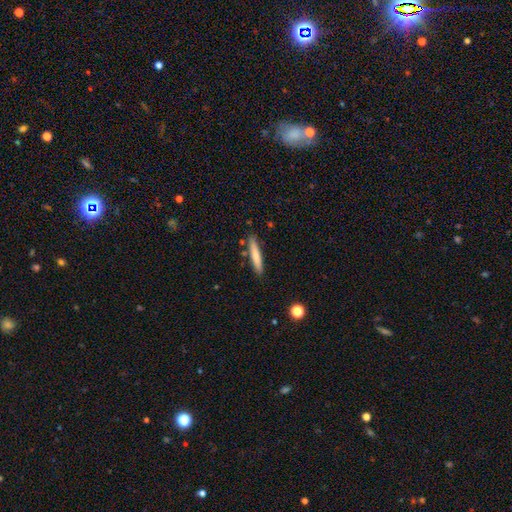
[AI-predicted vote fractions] Q: Smooth or featured?
A: smooth (74%); runner-up: featured or disk (20%)
Q: How rounded?
A: cigar-shaped (91%); runner-up: in between (8%)
Q: Merging?
A: none (85%); runner-up: minor disturbance (10%)